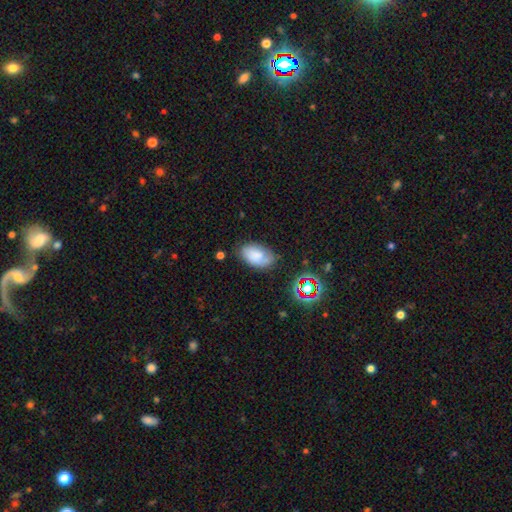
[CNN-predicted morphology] This is likely a smooth galaxy (68%). How rounded: clearly in between (92%). Merging: likely none (69%).